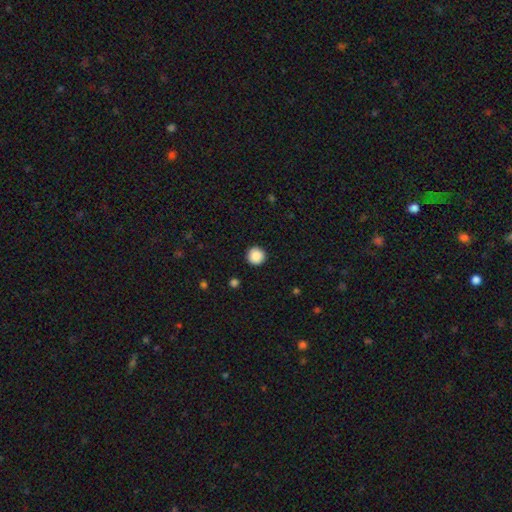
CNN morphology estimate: Smooth or featured? smooth (88%)
How rounded? round (96%)
Merging? none (93%)